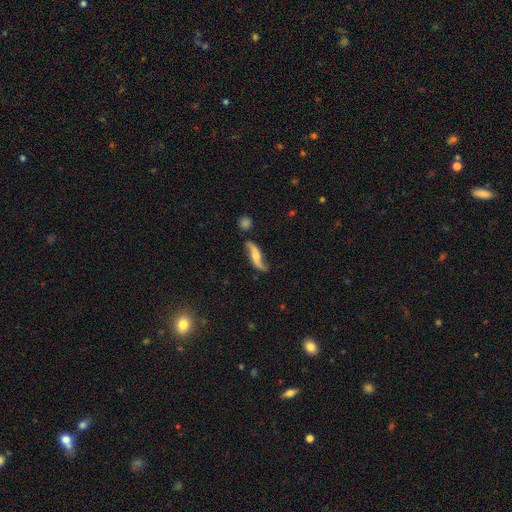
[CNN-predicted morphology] Overall: featured or disk (79%). Edge-on disk: no (83%). Bar: no (49%; weak 32%). Spiral arms: yes (94%). Spiral arm count: 2 (93%). Spiral winding: loose (90%). Bulge size: moderate (41%; small 33%). Merging: none (72%).